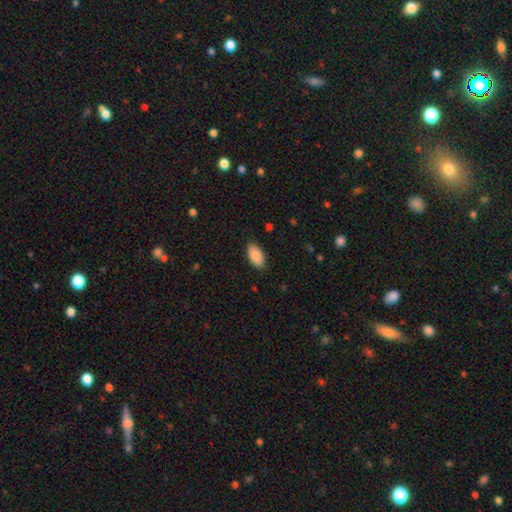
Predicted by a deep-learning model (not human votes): Q: Smooth or featured?
A: smooth (89%); runner-up: star or artifact (6%)
Q: How rounded?
A: in between (95%); runner-up: cigar-shaped (3%)
Q: Merging?
A: none (86%); runner-up: minor disturbance (10%)